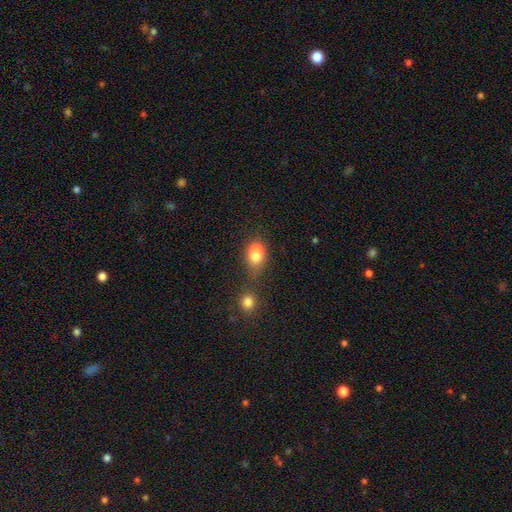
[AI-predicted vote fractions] Q: Smooth or featured?
A: smooth (71%); runner-up: featured or disk (18%)
Q: How rounded?
A: in between (62%); runner-up: round (35%)
Q: Merging?
A: merger (56%); runner-up: none (28%)